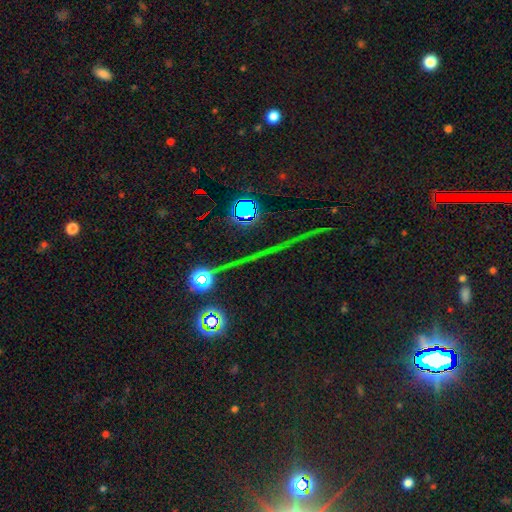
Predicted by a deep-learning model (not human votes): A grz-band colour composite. It shows a star or artifact, not a galaxy (77%).